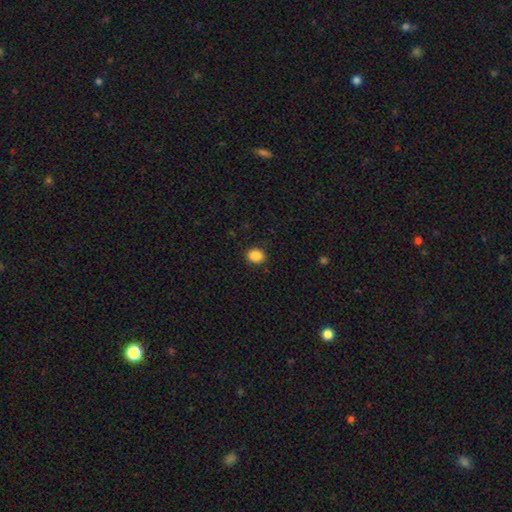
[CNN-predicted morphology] A smooth galaxy with no disk features (88%) that is in between round and cigar-shaped (52%). Merging: none (88%).